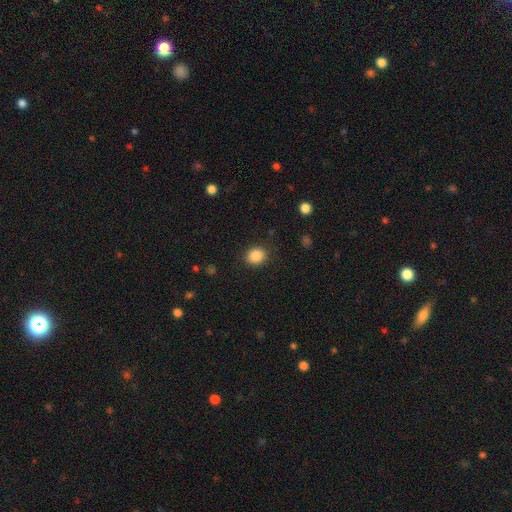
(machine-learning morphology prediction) smooth 87%, star or artifact 9%, featured or disk 4%. Down the decision tree: how rounded — round (73%); merging — none (88%).